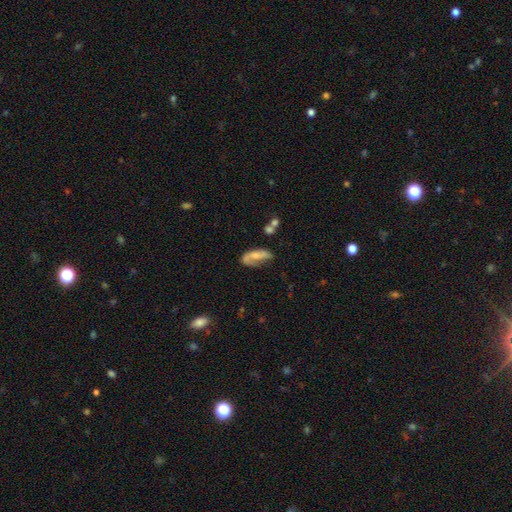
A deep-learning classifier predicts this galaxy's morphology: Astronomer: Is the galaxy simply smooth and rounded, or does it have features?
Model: smooth — 48% (runner-up: featured or disk, 44%).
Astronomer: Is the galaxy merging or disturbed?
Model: none — 37% (runner-up: minor disturbance, 29%).